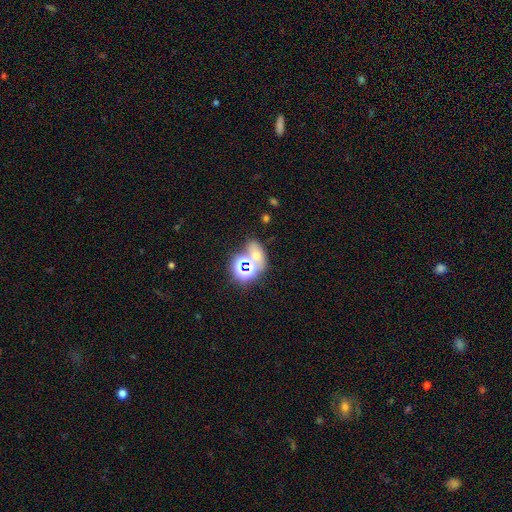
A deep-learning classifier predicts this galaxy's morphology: Smooth or featured: smooth — 45% (star or artifact — 39%)
Merging: none — 52% (merger — 30%)